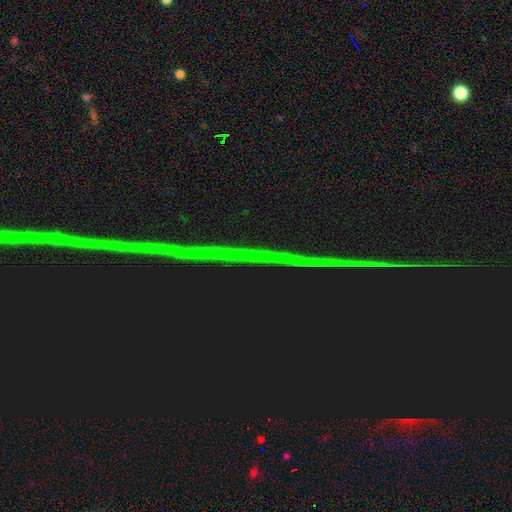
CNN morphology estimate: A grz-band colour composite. It shows a star or artifact, not a galaxy (90%).